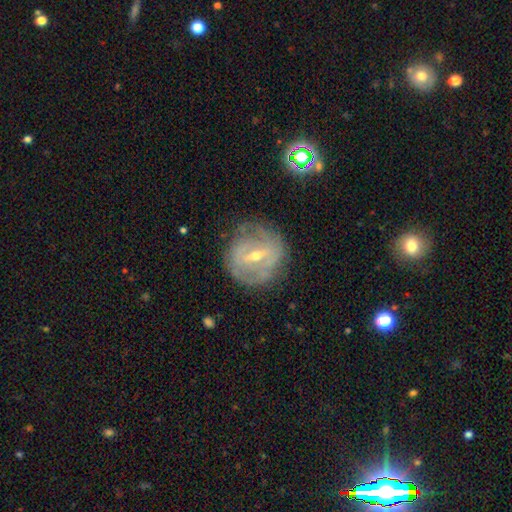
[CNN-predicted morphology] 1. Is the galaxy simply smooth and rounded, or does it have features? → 78% featured or disk, 15% smooth, 7% star or artifact.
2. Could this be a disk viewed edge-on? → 94% no, 6% yes.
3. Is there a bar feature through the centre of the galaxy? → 45% weak, 42% strong, 13% no.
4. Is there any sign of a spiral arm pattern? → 73% yes, 27% no.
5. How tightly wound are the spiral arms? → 58% tight, 29% medium, 12% loose.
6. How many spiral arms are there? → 43% can't tell, 37% 2, 8% 3, 5% 1, 4% 4, 3% more than 4.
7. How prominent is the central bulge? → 50% small, 47% moderate, 1% large, 1% none, 1% dominant.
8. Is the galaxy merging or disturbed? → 72% none, 19% minor disturbance, 8% major disturbance, 2% merger.